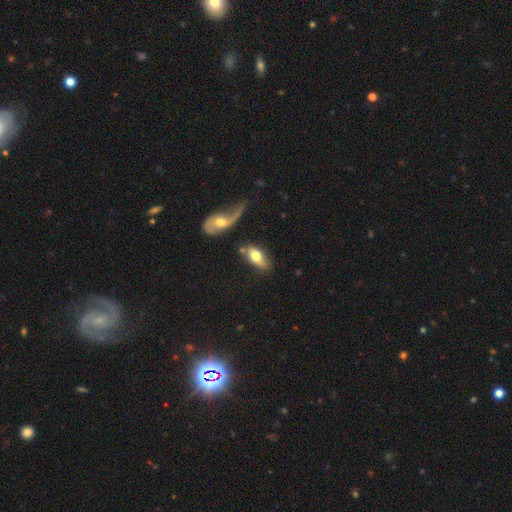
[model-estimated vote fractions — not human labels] Smooth or featured? smooth (63%)
How rounded? in between (85%)
Merging? none (51%)